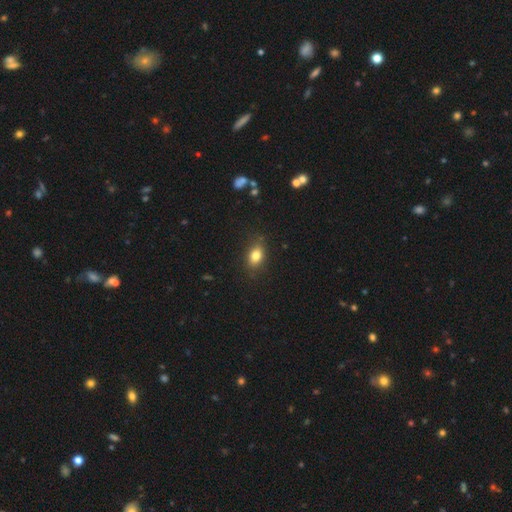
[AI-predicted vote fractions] smooth_or_featured: smooth (p=0.82) [alt: star or artifact p=0.10]
how_rounded: in between (p=0.78) [alt: round p=0.20]
merging: none (p=0.83) [alt: minor disturbance p=0.13]